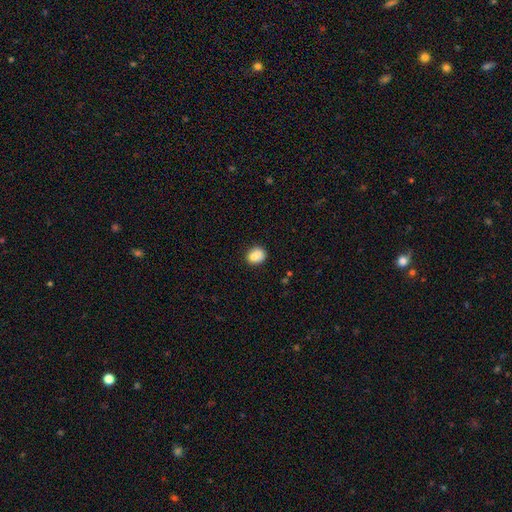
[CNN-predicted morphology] Smooth or featured? smooth (78%)
How rounded? round (63%)
Merging? none (51%)